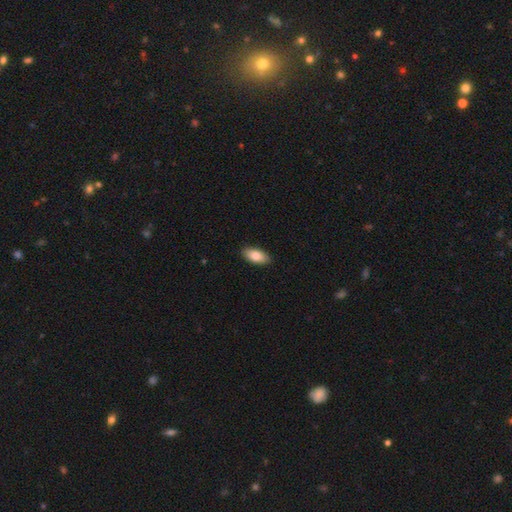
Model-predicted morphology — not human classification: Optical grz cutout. It shows a smooth galaxy with no disk features (85%) that is in between round and cigar-shaped (91%). Merging: none (90%).